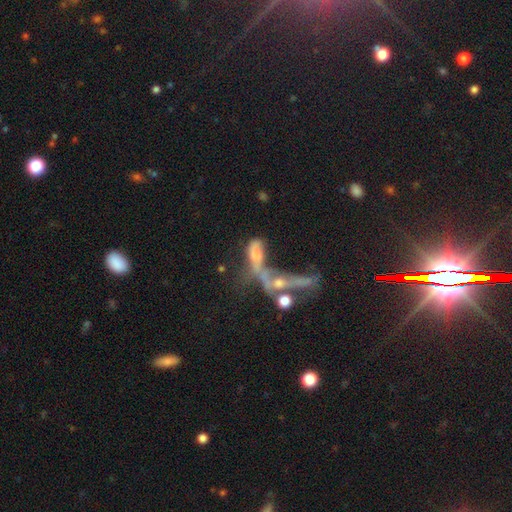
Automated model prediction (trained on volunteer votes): Morphology: type=featured or disk (51%); edge-on=no (78%); merging=merger (59%).